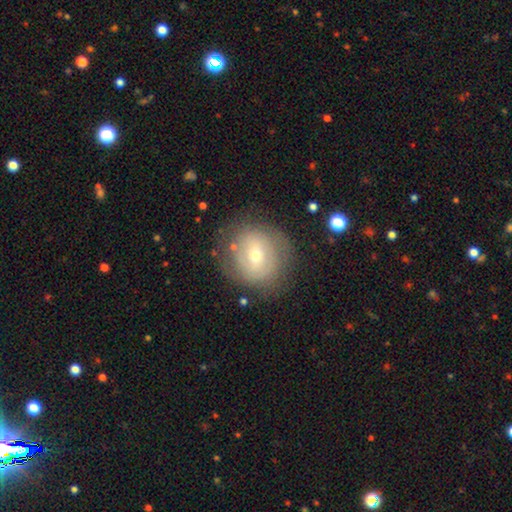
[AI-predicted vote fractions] featured or disk 46%, smooth 44%, star or artifact 10%. Down the decision tree: merging — none (78%).